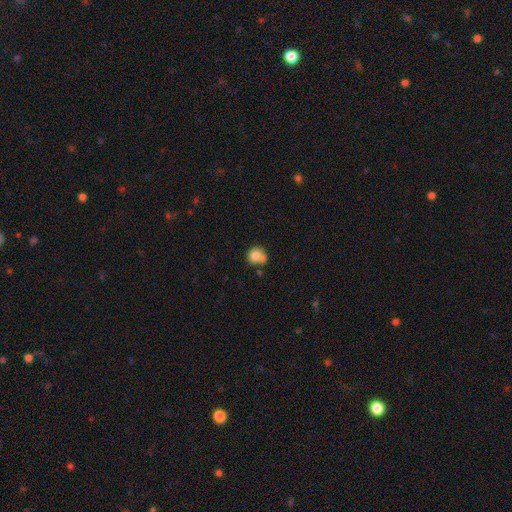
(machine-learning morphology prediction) This is likely a smooth galaxy (78%). How rounded: clearly round (83%). Merging: possibly none (48%).